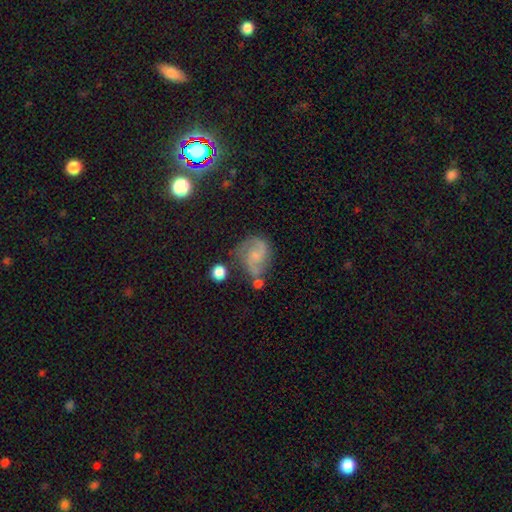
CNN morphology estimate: Smooth or featured? featured or disk (71%)
Edge-on disk? no (98%)
Bar? no (55%)
Spiral arms? yes (93%)
Spiral winding? medium (49%)
Spiral arm count? 2 (86%)
Bulge size? small (55%)
Merging? none (54%)